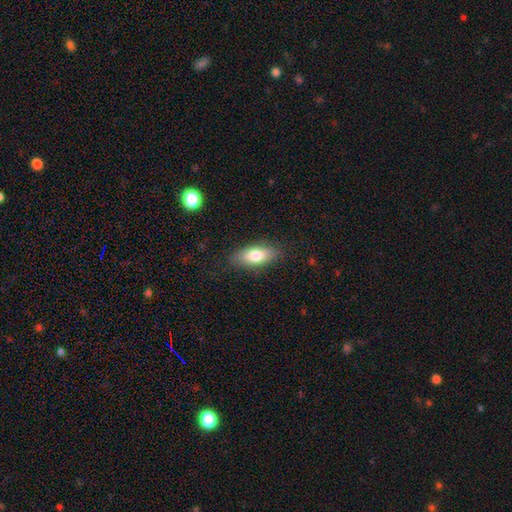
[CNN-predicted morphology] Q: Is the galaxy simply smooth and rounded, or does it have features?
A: smooth — 76%.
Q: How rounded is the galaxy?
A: in between — 81%.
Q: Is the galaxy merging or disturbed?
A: none — 83%.